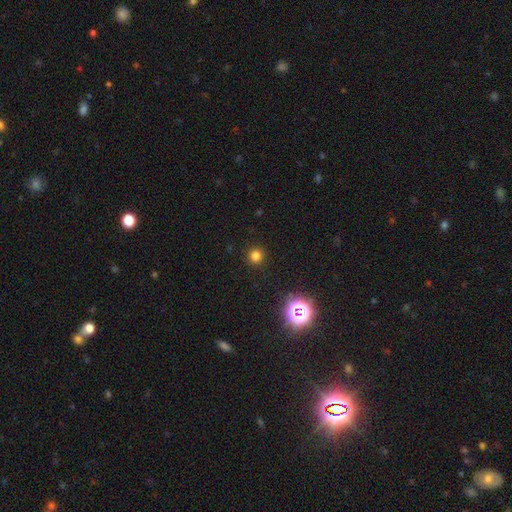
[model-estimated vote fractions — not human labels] smooth_or_featured: smooth (p=0.77) [alt: star or artifact p=0.18]
how_rounded: round (p=0.95) [alt: in between p=0.04]
merging: none (p=0.92) [alt: minor disturbance p=0.05]